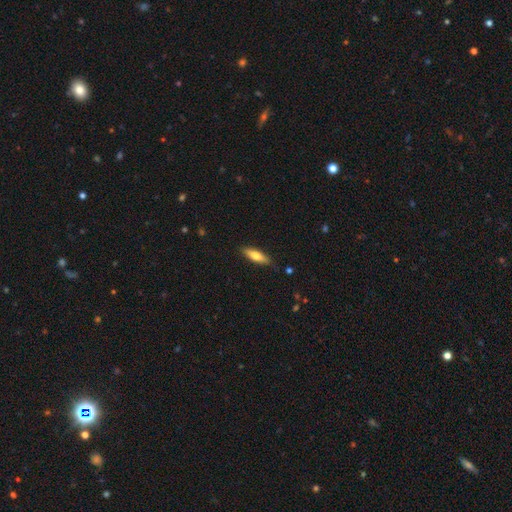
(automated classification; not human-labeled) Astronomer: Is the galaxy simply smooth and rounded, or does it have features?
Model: smooth — 68%.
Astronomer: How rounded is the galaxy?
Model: cigar-shaped — 56% (runner-up: in between, 42%).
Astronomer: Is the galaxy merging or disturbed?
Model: none — 85%.